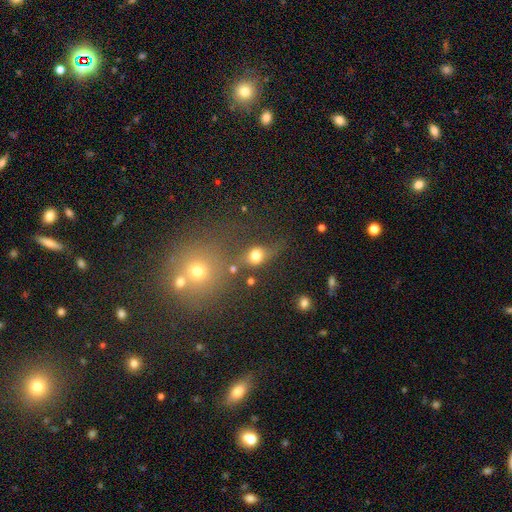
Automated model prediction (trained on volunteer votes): smooth-or-featured: smooth: 69% | star or artifact: 16% | featured or disk: 15%
  how-rounded: round: 60% | in between: 37% | cigar-shaped: 3%
  merging: none: 44% | minor disturbance: 19% | merger: 18% | major disturbance: 18%